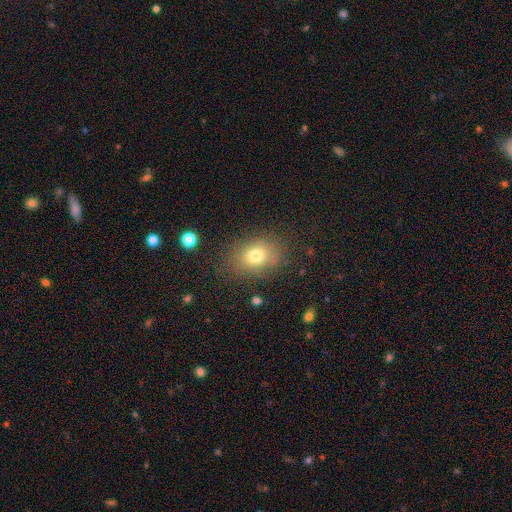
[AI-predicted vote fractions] Smooth or featured? smooth (75%)
How rounded? in between (64%)
Merging? none (79%)